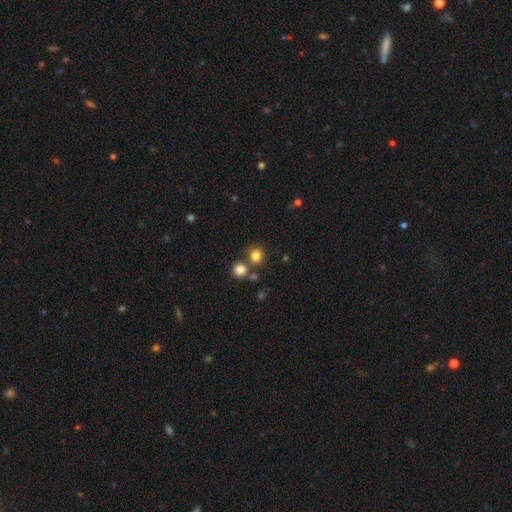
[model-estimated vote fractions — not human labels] Smooth or featured: smooth — 81% (star or artifact — 14%)
How rounded: round — 88% (in between — 12%)
Merging: none — 72% (merger — 17%)